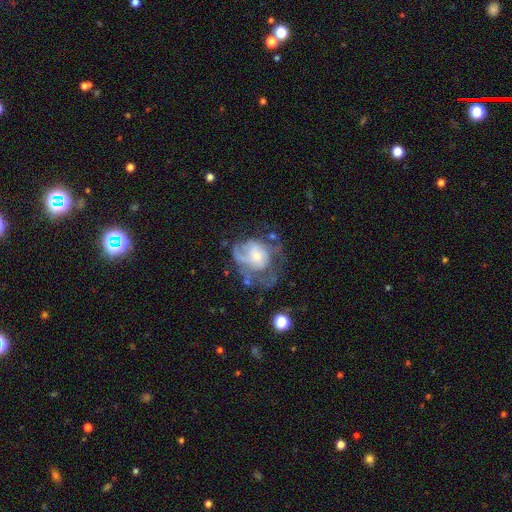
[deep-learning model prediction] Smooth or featured? featured or disk (66%)
Edge-on disk? no (97%)
Bar? no (69%)
Spiral arms? yes (64%)
Bulge size? small (49%)
Merging? major disturbance (42%)